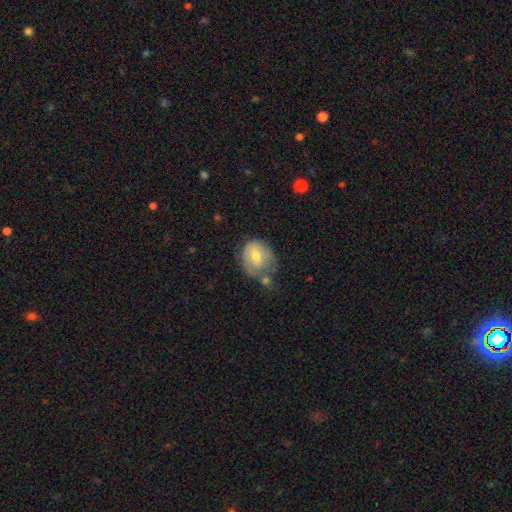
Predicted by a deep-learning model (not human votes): Morphology: type=smooth (59%); roundness=round (63%); merging=none (43%).